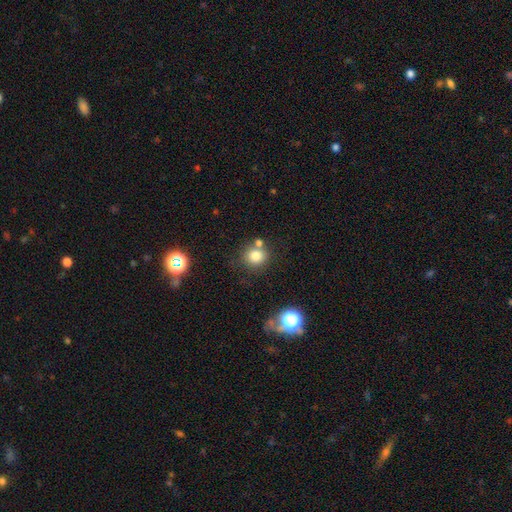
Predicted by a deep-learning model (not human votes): Smooth or featured: smooth — 79% (star or artifact — 13%)
How rounded: round — 85% (in between — 14%)
Merging: none — 65% (merger — 19%)